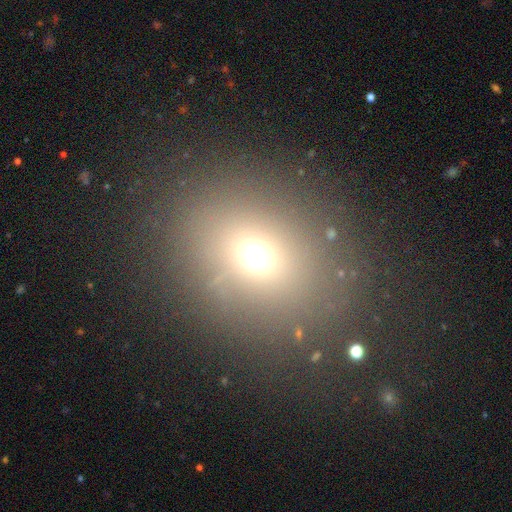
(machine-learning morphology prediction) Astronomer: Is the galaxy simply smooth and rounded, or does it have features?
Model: smooth — 65%.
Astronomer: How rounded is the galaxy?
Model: round — 62%.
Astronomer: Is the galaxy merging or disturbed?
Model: none — 81%.